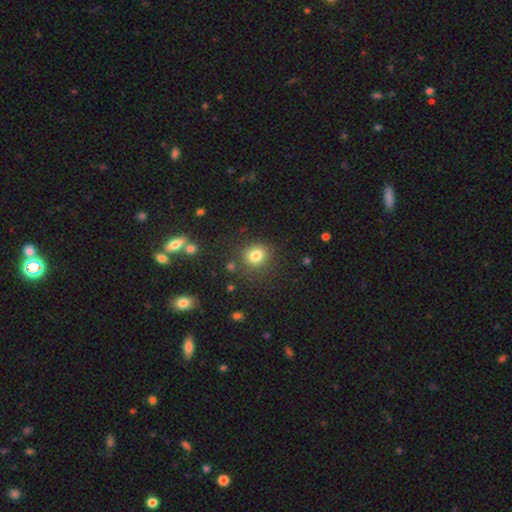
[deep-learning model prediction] A smooth galaxy with no disk features (81%) that is round (76%).

Vote fractions:
- Smooth or featured? smooth: 81% / star or artifact: 13% / featured or disk: 7%
- How rounded? round: 76% / in between: 23% / cigar-shaped: 1%
- Merging? none: 81% / minor disturbance: 11% / major disturbance: 4% / merger: 4%